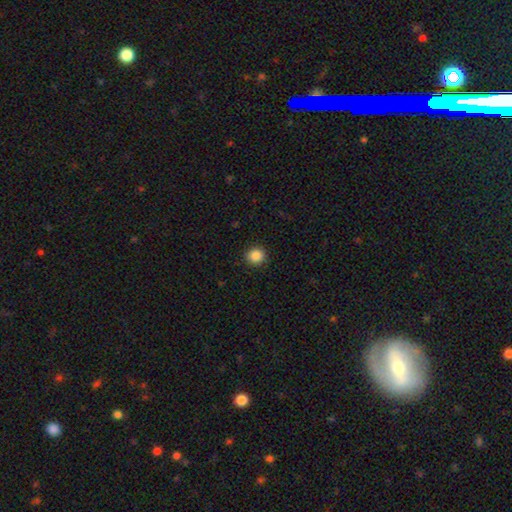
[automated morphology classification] Smooth or featured?
  - smooth: 87% *
  - star or artifact: 10%
  - featured or disk: 3%
How rounded?
  - round: 92% *
  - in between: 7%
  - cigar-shaped: 1%
Merging?
  - none: 91% *
  - minor disturbance: 6%
  - major disturbance: 2%
  - merger: 1%